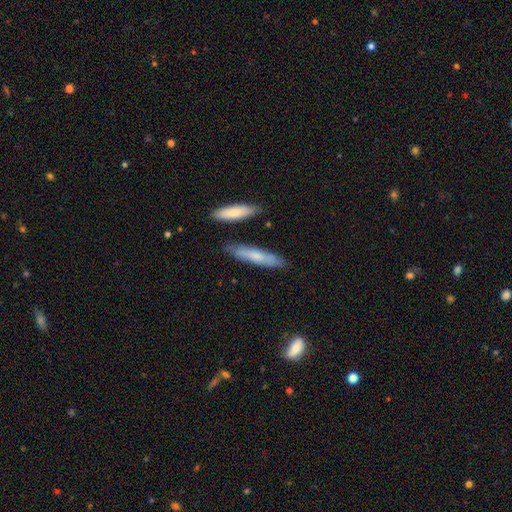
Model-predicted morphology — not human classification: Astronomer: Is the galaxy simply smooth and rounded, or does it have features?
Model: smooth — 64%.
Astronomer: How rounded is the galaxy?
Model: cigar-shaped — 87%.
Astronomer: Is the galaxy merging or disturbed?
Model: none — 83%.